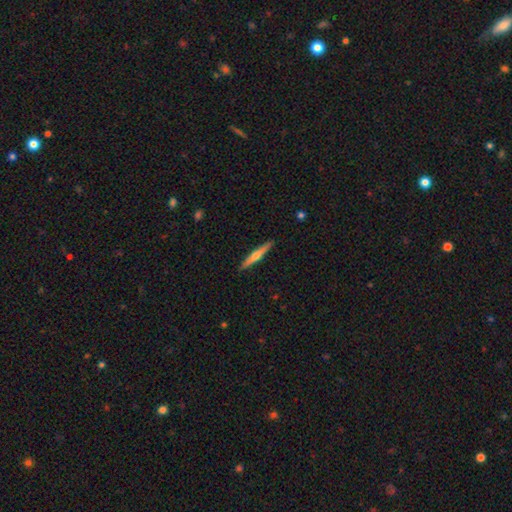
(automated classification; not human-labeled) featured or disk 52%, smooth 42%, star or artifact 5%. Down the decision tree: edge-on disk — yes (96%); edge-on bulge — rounded (79%); merging — none (91%).